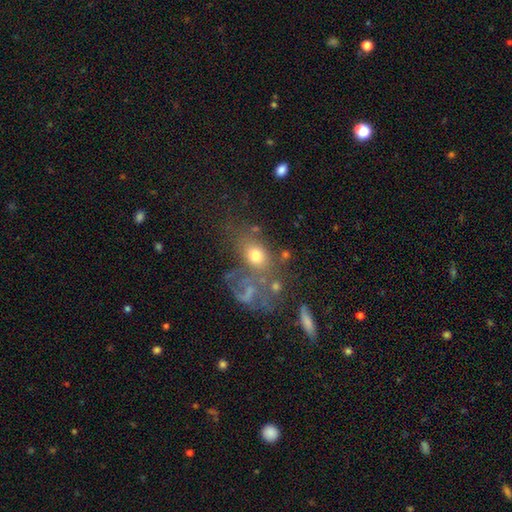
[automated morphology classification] A smooth galaxy with no disk features (61%) that is in between round and cigar-shaped (63%). Merging: none (37%).